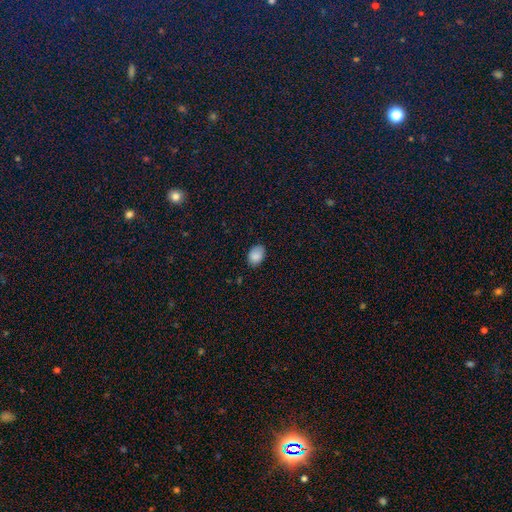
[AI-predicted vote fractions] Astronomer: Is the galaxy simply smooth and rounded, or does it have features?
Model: smooth — 87%.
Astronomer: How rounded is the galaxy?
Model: in between — 75%.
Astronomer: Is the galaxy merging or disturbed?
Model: none — 77%.